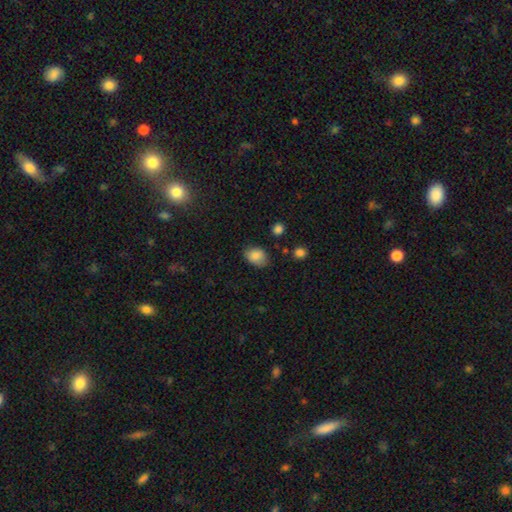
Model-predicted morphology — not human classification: This appears to be a smooth galaxy with no disk features (86%) that is in between round and cigar-shaped (69%). Merging: none (70%).